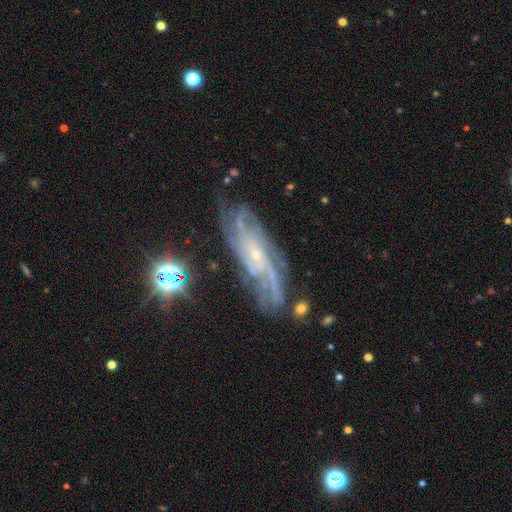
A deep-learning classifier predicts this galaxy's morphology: A featured or disk galaxy (85%) with no bar (67%), tight (54%) spiral arms (96%) and a small central bulge (83%). Merging: none (74%).